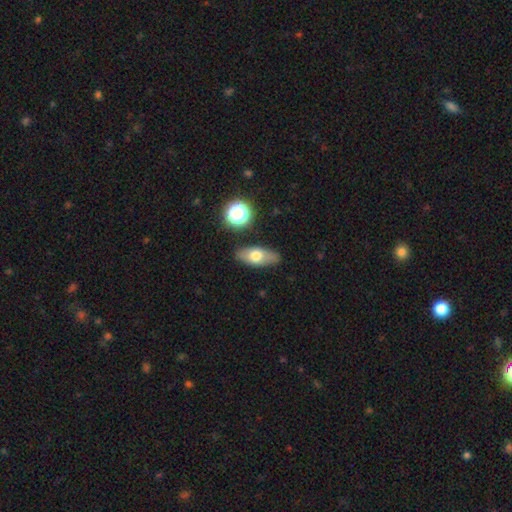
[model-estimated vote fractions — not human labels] The model was most divided on "smooth or featured": smooth: 63%, featured or disk: 28%, star or artifact: 8%. More confident: merging — none (81%); how rounded — in between (77%).